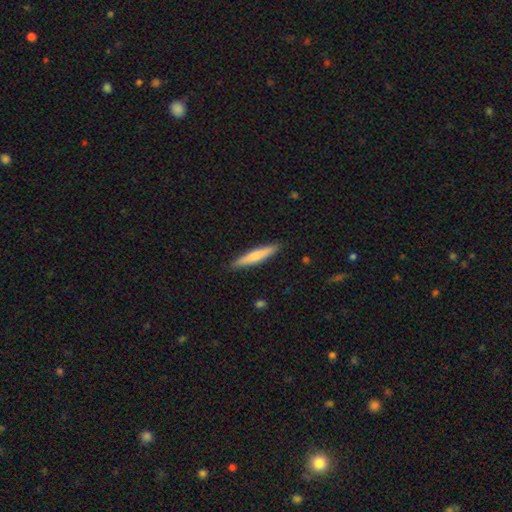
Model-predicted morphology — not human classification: type=smooth (67%); roundness=cigar-shaped (92%); merging=none (90%).